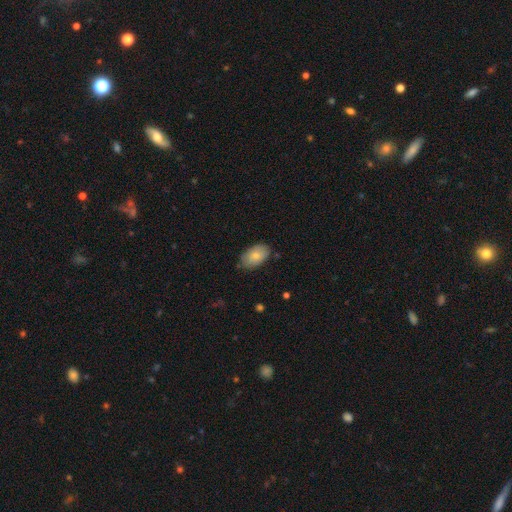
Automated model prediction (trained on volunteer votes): Smooth or featured? Predicted: smooth (p=0.78). How rounded? Predicted: in between (p=0.93). Merging? Predicted: none (p=0.80).